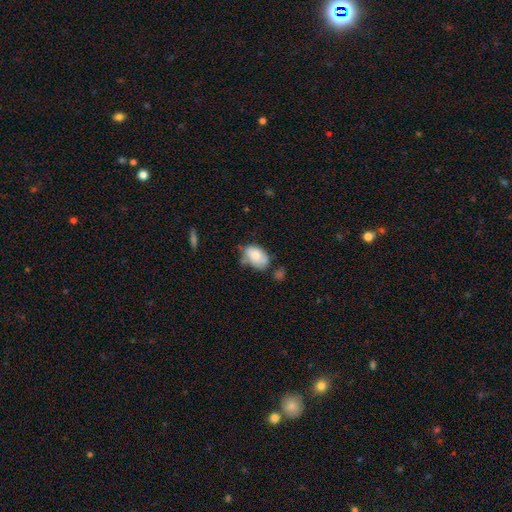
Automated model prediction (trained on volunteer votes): Smooth or featured? Predicted: smooth (p=0.78). How rounded? Predicted: in between (p=0.86). Merging? Predicted: none (p=0.43).